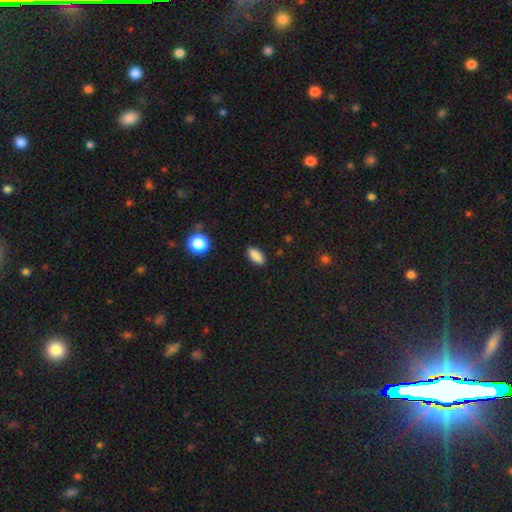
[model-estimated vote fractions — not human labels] The model was most divided on "how rounded": in between: 85%, cigar-shaped: 11%, round: 4%. More confident: merging — none (88%); smooth or featured — smooth (88%).